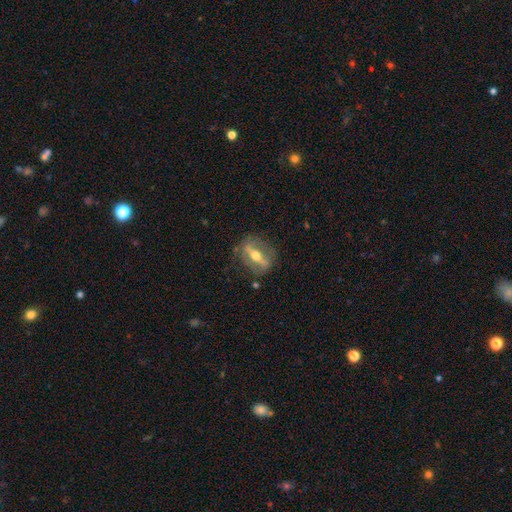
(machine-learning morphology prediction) This appears to be a featured or disk galaxy (74%). Merging: none (76%).